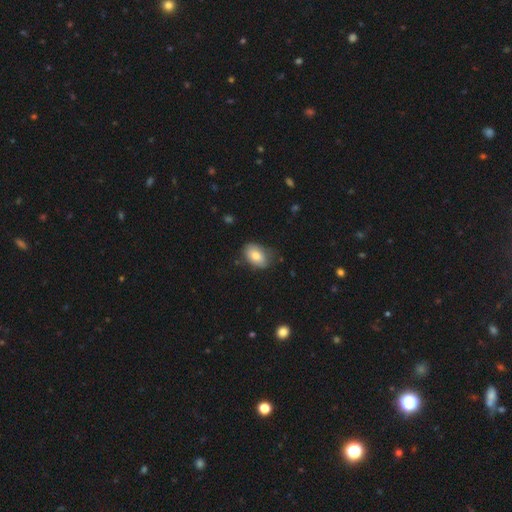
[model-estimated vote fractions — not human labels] A smooth galaxy with no disk features (80%) that is in between round and cigar-shaped (89%). Merging: none (72%).